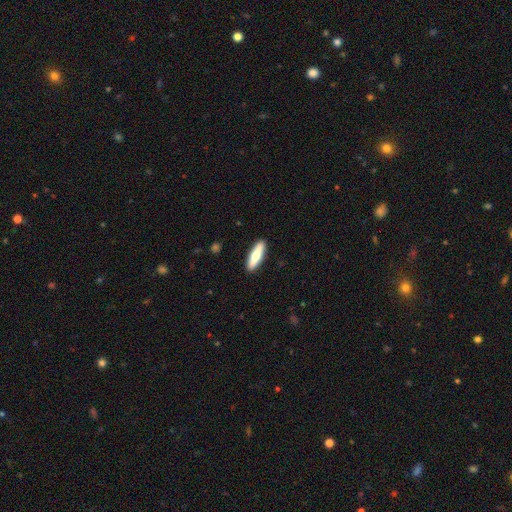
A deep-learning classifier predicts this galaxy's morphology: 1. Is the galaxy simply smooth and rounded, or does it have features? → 65% smooth, 29% featured or disk, 5% star or artifact.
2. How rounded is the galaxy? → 66% cigar-shaped, 32% in between, 2% round.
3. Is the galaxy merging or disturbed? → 91% none, 7% minor disturbance, 1% major disturbance, 1% merger.